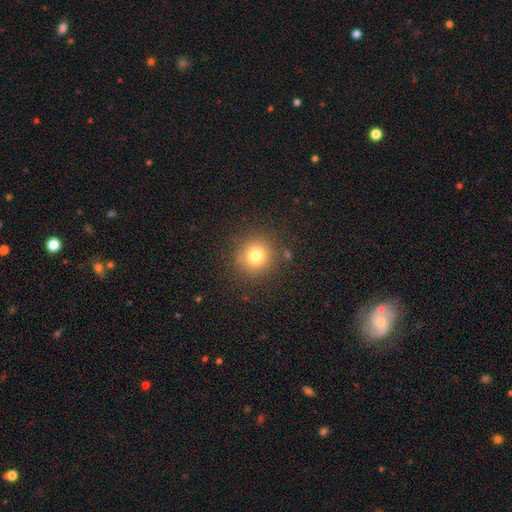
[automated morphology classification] smooth-or-featured: smooth: 76% | star or artifact: 14% | featured or disk: 10%
  how-rounded: round: 91% | in between: 8% | cigar-shaped: 1%
  merging: none: 85% | minor disturbance: 9% | major disturbance: 4% | merger: 2%